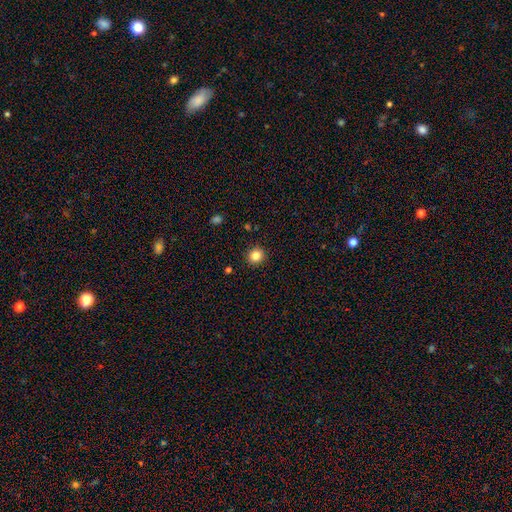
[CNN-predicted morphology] smooth_or_featured: smooth (p=0.84) [alt: star or artifact p=0.11]
how_rounded: round (p=0.89) [alt: in between p=0.10]
merging: none (p=0.91) [alt: minor disturbance p=0.06]